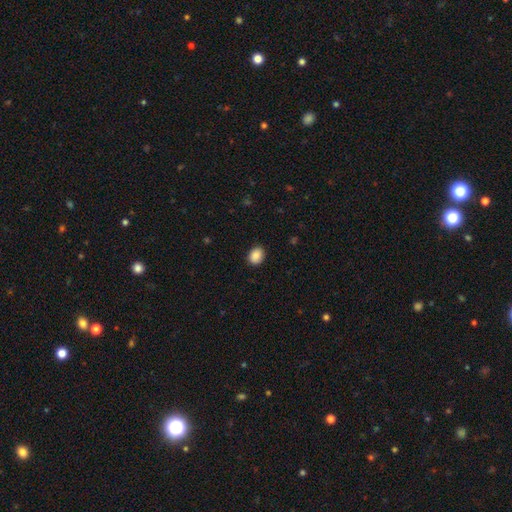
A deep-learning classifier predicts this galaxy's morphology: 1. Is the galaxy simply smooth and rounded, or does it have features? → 89% smooth, 8% star or artifact, 3% featured or disk.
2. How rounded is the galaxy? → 56% in between, 43% round, 1% cigar-shaped.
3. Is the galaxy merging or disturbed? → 89% none, 8% minor disturbance, 2% major disturbance, 1% merger.